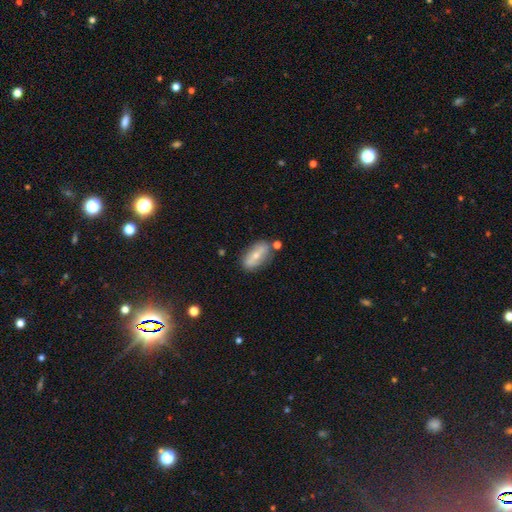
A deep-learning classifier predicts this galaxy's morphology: smooth_or_featured: featured or disk (p=0.47) [alt: smooth p=0.46]
merging: none (p=0.74) [alt: minor disturbance p=0.15]